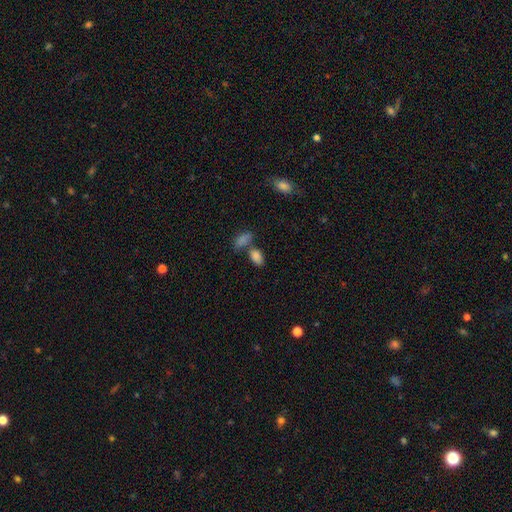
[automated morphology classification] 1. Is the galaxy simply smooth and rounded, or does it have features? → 85% smooth, 9% star or artifact, 6% featured or disk.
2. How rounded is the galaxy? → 93% in between, 5% round, 2% cigar-shaped.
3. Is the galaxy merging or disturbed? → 50% none, 34% merger, 12% minor disturbance, 5% major disturbance.